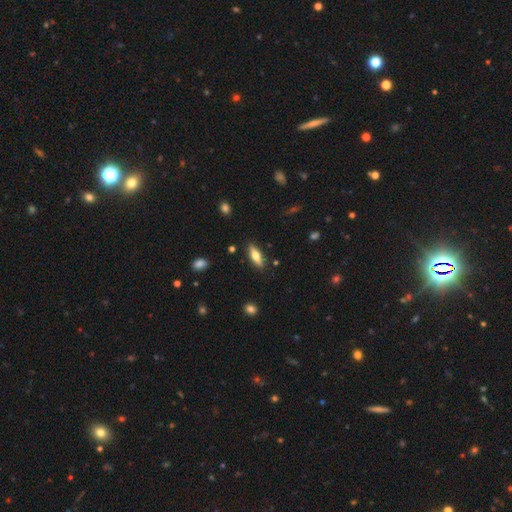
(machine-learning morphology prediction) smooth 56%, featured or disk 37%, star or artifact 7%. Down the decision tree: how rounded — cigar-shaped (51%); merging — none (86%).